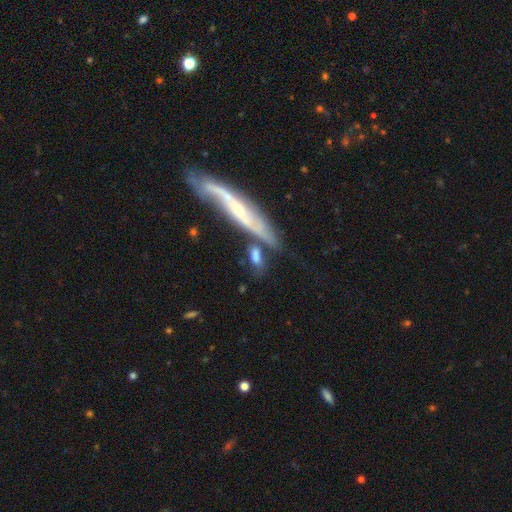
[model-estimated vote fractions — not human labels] Q: Smooth or featured?
A: smooth (69%); runner-up: featured or disk (23%)
Q: How rounded?
A: in between (50%); runner-up: cigar-shaped (42%)
Q: Merging?
A: none (49%); runner-up: merger (26%)